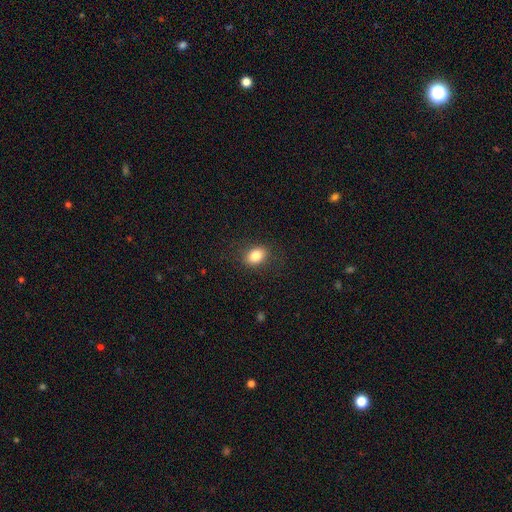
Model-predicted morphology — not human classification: type=smooth (84%); roundness=in between (72%); merging=none (85%).